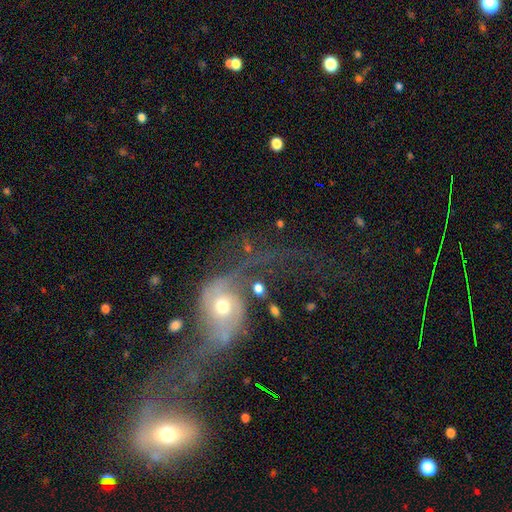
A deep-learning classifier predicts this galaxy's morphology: Smooth or featured? Predicted: featured or disk (p=0.69). Edge-on disk? Predicted: no (p=0.94). Bar? Predicted: no (p=0.67). Spiral arms? Predicted: yes (p=0.74). Bulge size? Predicted: moderate (p=0.61). Merging? Predicted: merger (p=0.39).